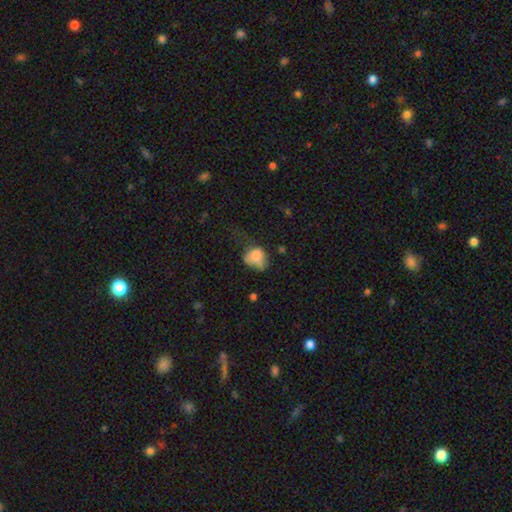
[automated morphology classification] Q: Smooth or featured?
A: smooth (72%); runner-up: featured or disk (18%)
Q: How rounded?
A: in between (56%); runner-up: round (43%)
Q: Merging?
A: major disturbance (41%); runner-up: minor disturbance (30%)